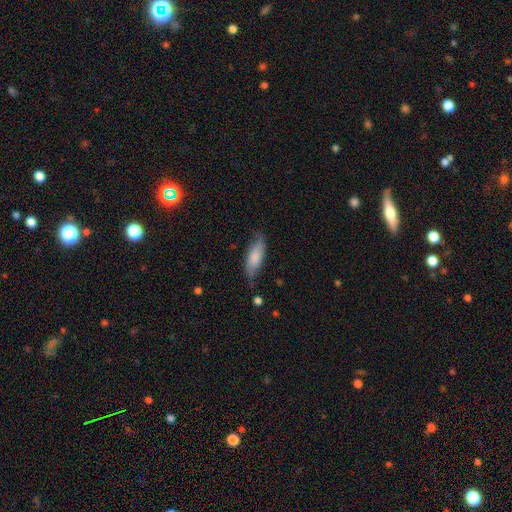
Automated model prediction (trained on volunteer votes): smooth-or-featured: smooth: 68% | featured or disk: 25% | star or artifact: 7%
  how-rounded: in between: 64% | cigar-shaped: 34% | round: 2%
  merging: none: 69% | minor disturbance: 24% | major disturbance: 5% | merger: 2%